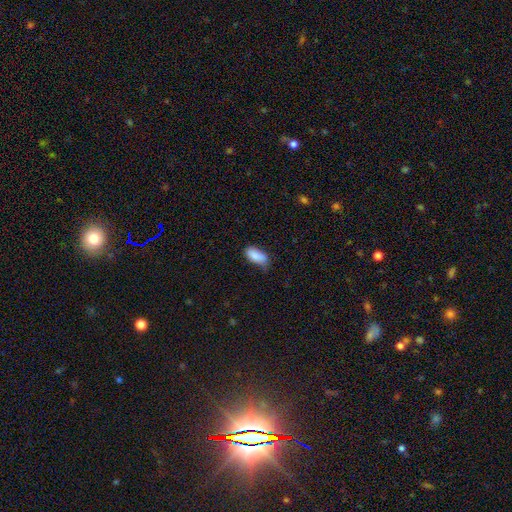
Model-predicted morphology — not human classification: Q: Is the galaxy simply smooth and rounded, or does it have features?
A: smooth — 88%.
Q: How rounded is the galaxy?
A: in between — 90%.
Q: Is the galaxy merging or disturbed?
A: none — 57%.